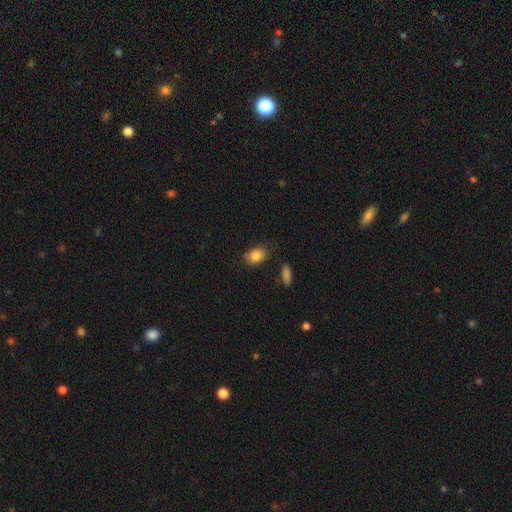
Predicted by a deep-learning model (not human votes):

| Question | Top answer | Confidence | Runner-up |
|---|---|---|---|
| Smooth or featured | smooth | 85% | star or artifact (8%) |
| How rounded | in between | 71% | round (28%) |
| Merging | none | 79% | minor disturbance (15%) |